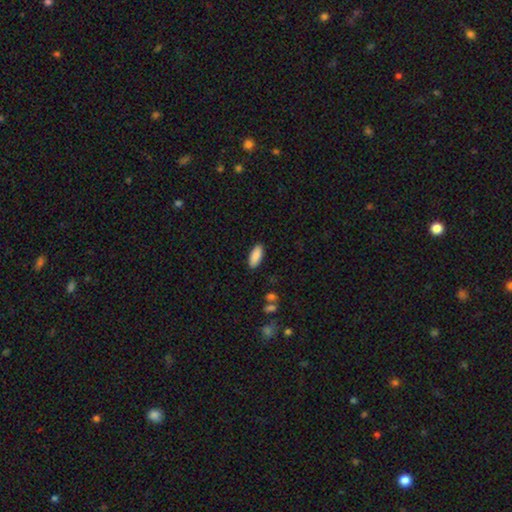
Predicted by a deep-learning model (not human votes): Smooth or featured: smooth — 89% (star or artifact — 6%)
How rounded: in between — 79% (cigar-shaped — 20%)
Merging: none — 89% (minor disturbance — 8%)